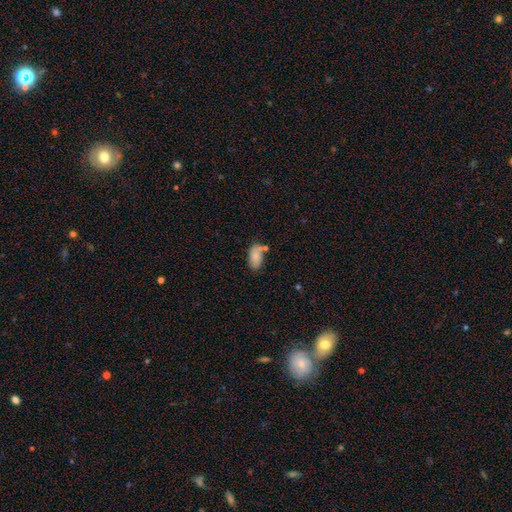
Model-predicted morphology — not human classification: smooth-or-featured: smooth: 78% | featured or disk: 14% | star or artifact: 8%
  how-rounded: in between: 93% | round: 4% | cigar-shaped: 3%
  merging: none: 58% | minor disturbance: 20% | merger: 16% | major disturbance: 6%